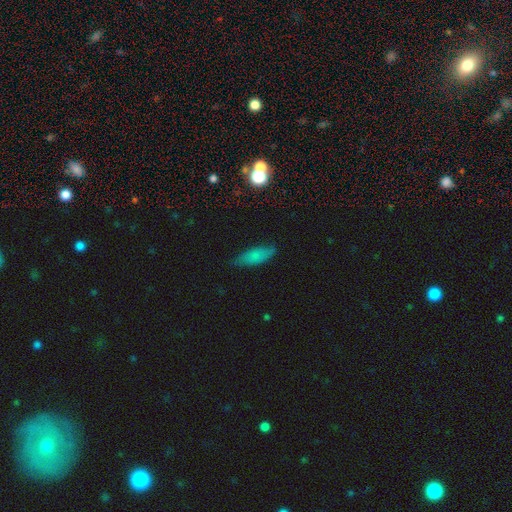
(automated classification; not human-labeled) A smooth galaxy with no disk features (73%) that is in between round and cigar-shaped (66%).

Vote fractions:
- Smooth or featured? smooth: 73% / featured or disk: 17% / star or artifact: 10%
- How rounded? in between: 66% / cigar-shaped: 31% / round: 3%
- Merging? none: 74% / minor disturbance: 21% / major disturbance: 4% / merger: 1%